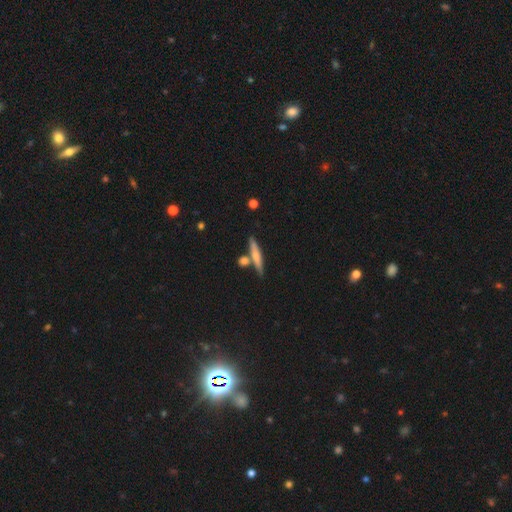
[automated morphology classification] Smooth or featured: smooth — 55% (featured or disk — 38%)
How rounded: cigar-shaped — 86% (in between — 10%)
Merging: none — 72% (merger — 15%)